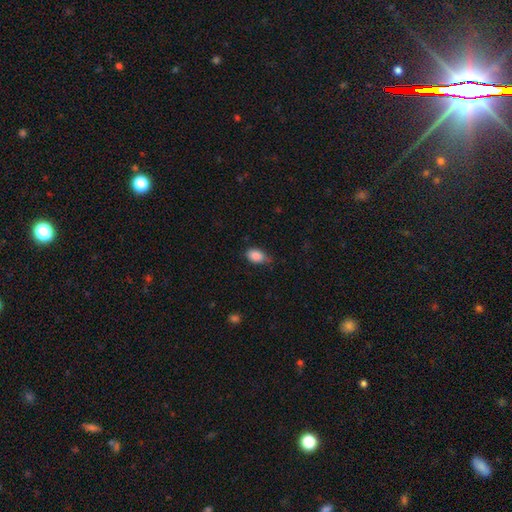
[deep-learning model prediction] Morphology: type=smooth (87%); roundness=in between (84%); merging=none (60%).